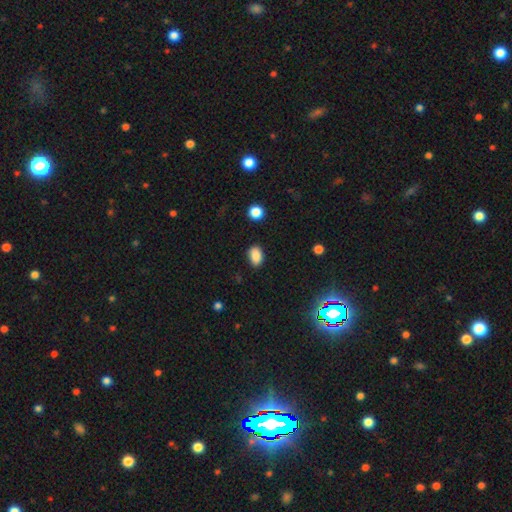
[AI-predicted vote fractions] Morphology: type=smooth (86%); roundness=in between (84%); merging=none (85%).